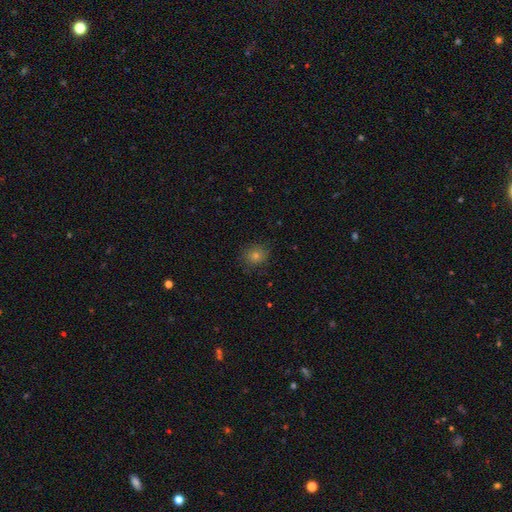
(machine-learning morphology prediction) Smooth or featured? smooth (68%)
How rounded? round (76%)
Merging? none (84%)